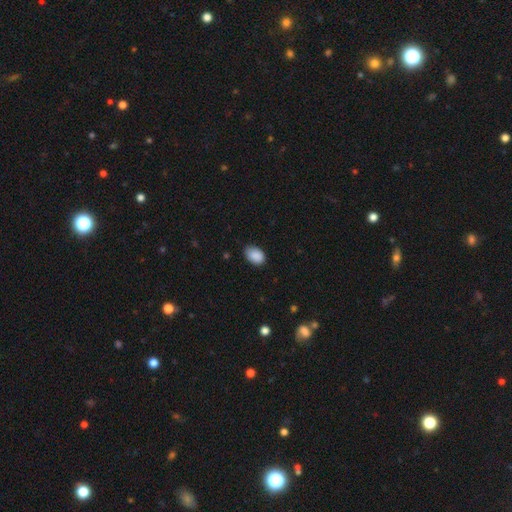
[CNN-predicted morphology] This appears to be a smooth galaxy with no disk features (89%) that is in between round and cigar-shaped (84%). Merging: none (74%).